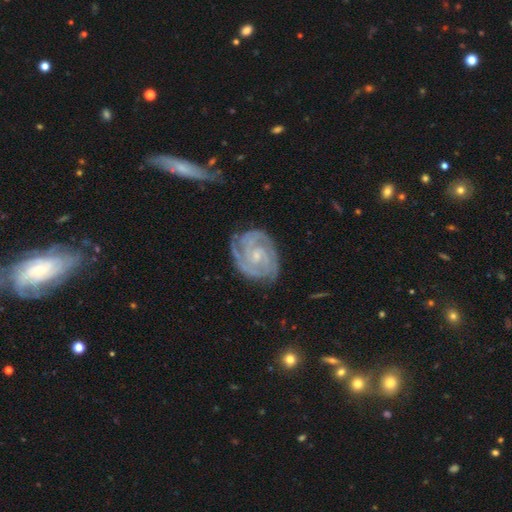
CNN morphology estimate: Smooth or featured?
  - featured or disk: 90% *
  - smooth: 5%
  - star or artifact: 5%
Edge-on disk?
  - no: 98% *
  - yes: 2%
Bar?
  - no: 60% *
  - weak: 30%
  - strong: 9%
Spiral arms?
  - yes: 98% *
  - no: 2%
Spiral winding?
  - tight: 77% *
  - medium: 21%
  - loose: 3%
Spiral arm count?
  - 3: 31% *
  - 2: 29%
  - can't tell: 15%
  - 4: 14%
  - more than 4: 6%
  - 1: 6%
Bulge size?
  - small: 71% *
  - moderate: 22%
  - none: 4%
  - large: 1%
  - dominant: 1%
Merging?
  - none: 75% *
  - minor disturbance: 18%
  - major disturbance: 5%
  - merger: 2%